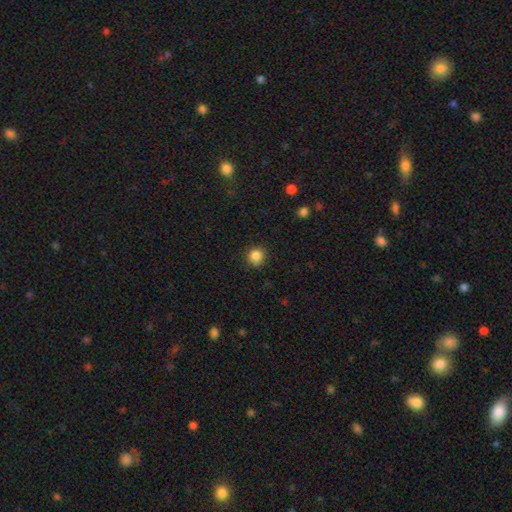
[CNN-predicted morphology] A smooth galaxy with no disk features (85%) that is round (90%).

Vote fractions:
- Smooth or featured? smooth: 85% / star or artifact: 11% / featured or disk: 4%
- How rounded? round: 90% / in between: 9% / cigar-shaped: 1%
- Merging? none: 83% / minor disturbance: 13% / major disturbance: 3% / merger: 1%